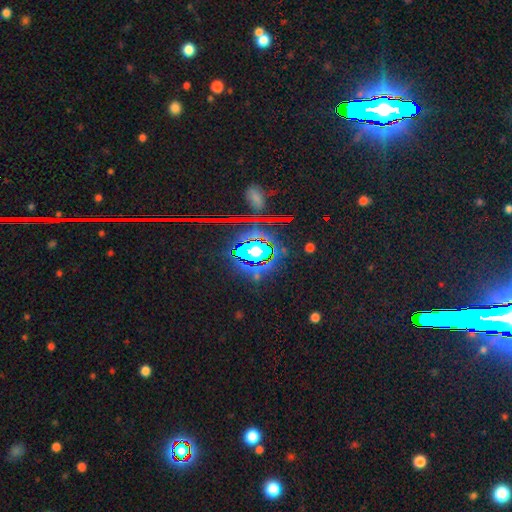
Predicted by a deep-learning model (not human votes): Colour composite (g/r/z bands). It shows a star or artifact, not a galaxy (85%).